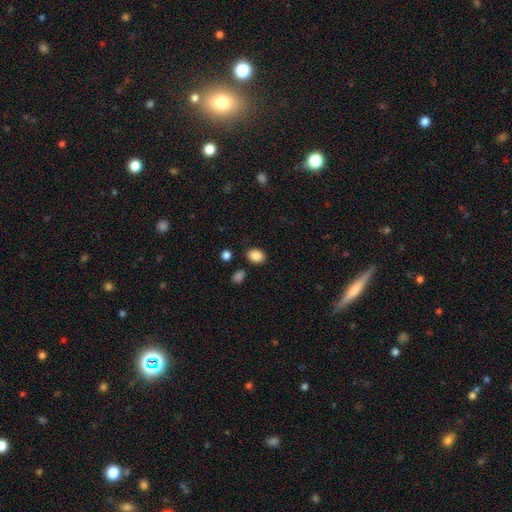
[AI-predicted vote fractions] Morphology: type=smooth (87%); roundness=in between (64%); merging=none (84%).